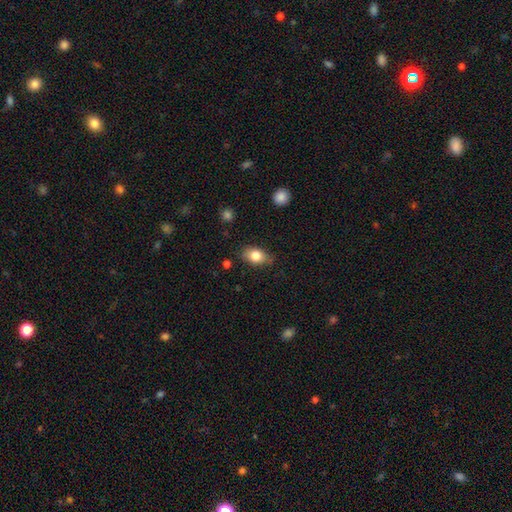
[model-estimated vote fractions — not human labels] The model was most divided on "merging": none: 77%, minor disturbance: 18%, major disturbance: 4%, merger: 1%. More confident: how rounded — in between (83%); smooth or featured — smooth (79%).